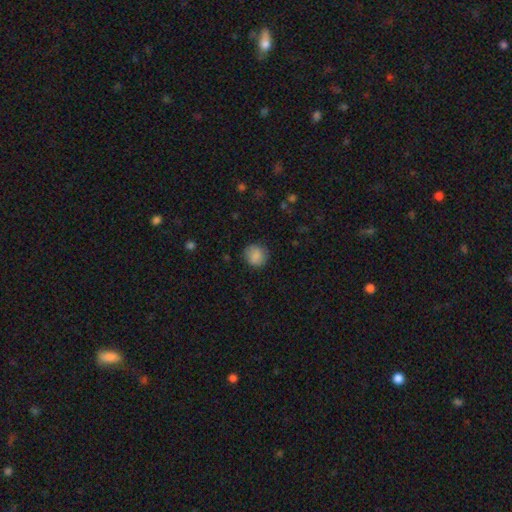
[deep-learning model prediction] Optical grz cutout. It shows a smooth galaxy with no disk features (86%) that is round (88%). Merging: none (85%).